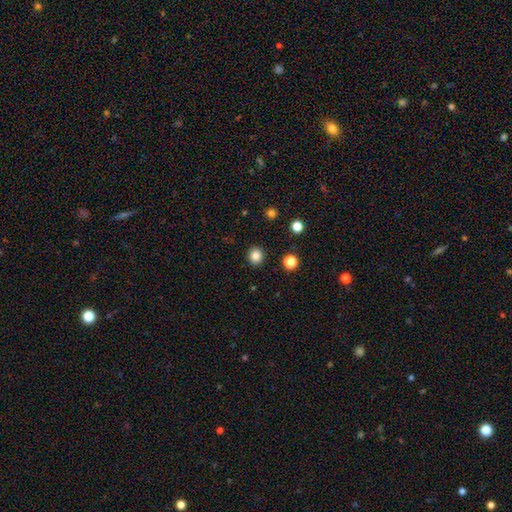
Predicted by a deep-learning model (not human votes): Smooth or featured: smooth — 85% (star or artifact — 11%)
How rounded: round — 85% (in between — 14%)
Merging: none — 92% (minor disturbance — 5%)